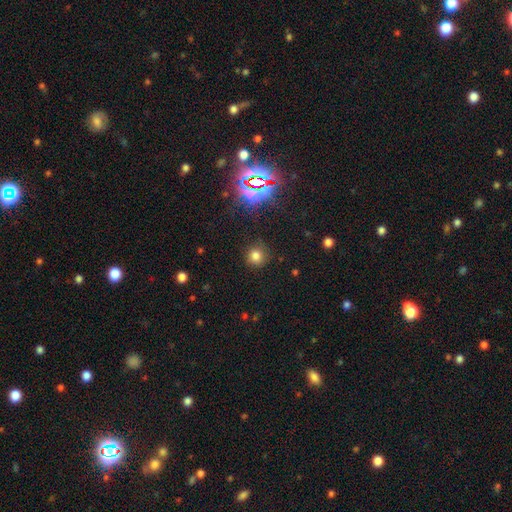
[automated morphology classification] smooth-or-featured: smooth: 74% | star or artifact: 20% | featured or disk: 6%
  how-rounded: round: 90% | in between: 9% | cigar-shaped: 1%
  merging: none: 84% | minor disturbance: 10% | major disturbance: 3% | merger: 2%